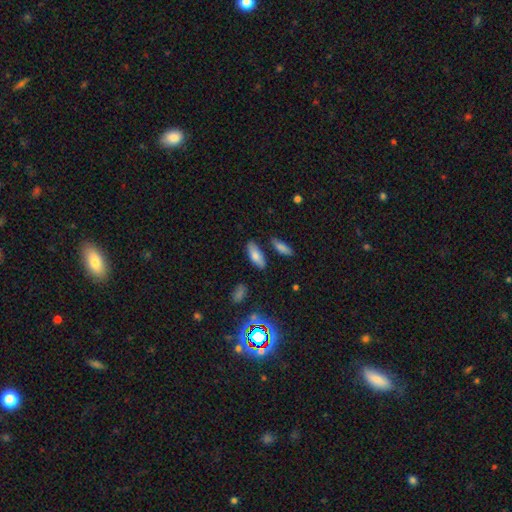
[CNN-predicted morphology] Smooth or featured: smooth — 75% (featured or disk — 15%)
How rounded: in between — 77% (cigar-shaped — 20%)
Merging: none — 79% (minor disturbance — 12%)